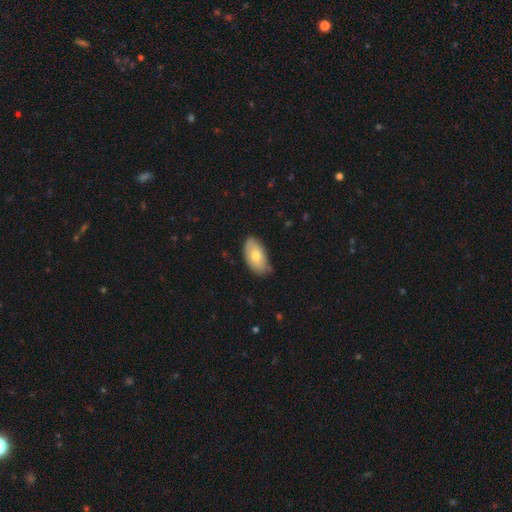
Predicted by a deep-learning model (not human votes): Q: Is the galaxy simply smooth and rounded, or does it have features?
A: smooth — 69%.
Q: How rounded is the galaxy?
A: in between — 94%.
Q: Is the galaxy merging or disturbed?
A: none — 70%.